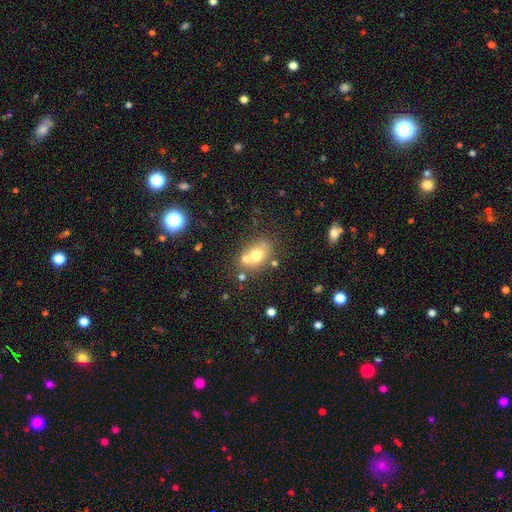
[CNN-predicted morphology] smooth_or_featured: smooth (p=0.64) [alt: featured or disk p=0.24]
how_rounded: in between (p=0.62) [alt: round p=0.36]
merging: none (p=0.50) [alt: merger p=0.31]